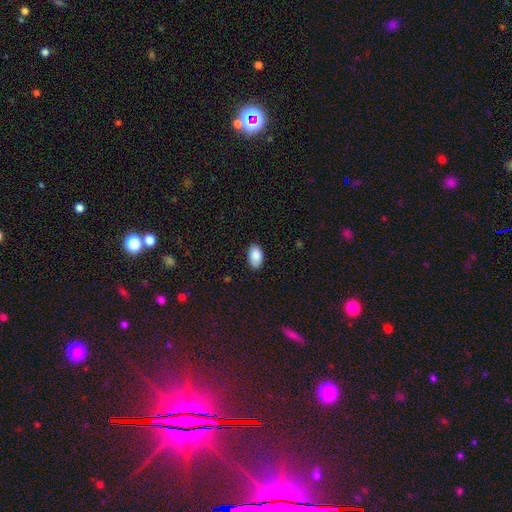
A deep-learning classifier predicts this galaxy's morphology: Smooth or featured?
  - smooth: 89% *
  - star or artifact: 7%
  - featured or disk: 4%
How rounded?
  - in between: 94% *
  - round: 5%
  - cigar-shaped: 1%
Merging?
  - none: 84% *
  - minor disturbance: 13%
  - major disturbance: 2%
  - merger: 1%